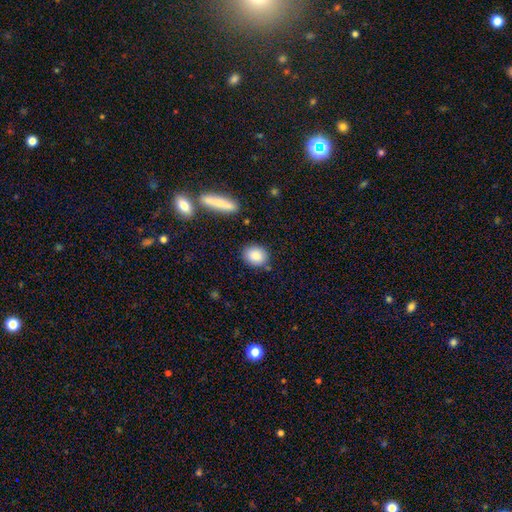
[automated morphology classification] Smooth or featured? smooth (86%)
How rounded? round (62%)
Merging? none (83%)